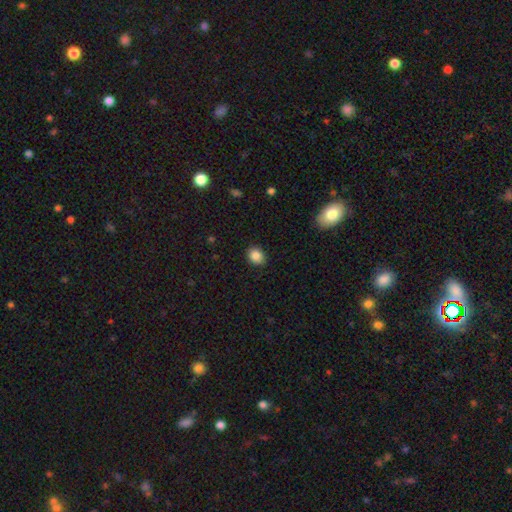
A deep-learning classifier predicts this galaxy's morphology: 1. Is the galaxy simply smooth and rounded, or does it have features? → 87% smooth, 9% star or artifact, 4% featured or disk.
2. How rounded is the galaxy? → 63% round, 36% in between, 1% cigar-shaped.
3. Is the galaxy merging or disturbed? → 89% none, 8% minor disturbance, 2% major disturbance, 1% merger.